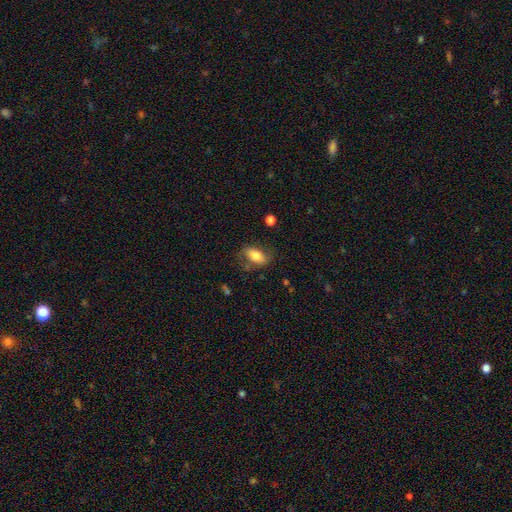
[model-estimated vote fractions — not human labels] Morphology: type=smooth (71%); roundness=in between (87%); merging=none (66%).